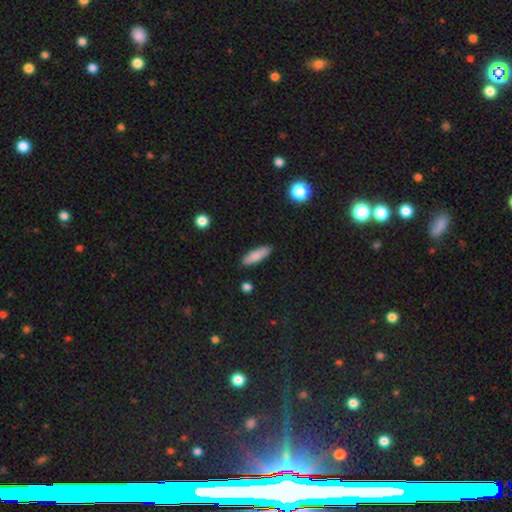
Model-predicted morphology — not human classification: type=smooth (83%); roundness=cigar-shaped (54%); merging=none (88%).